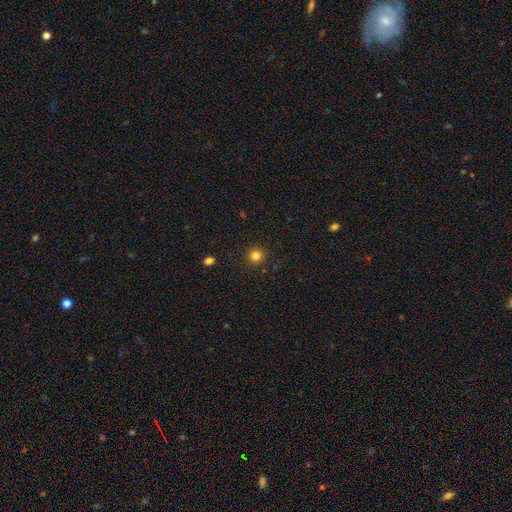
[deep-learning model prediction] smooth 81%, star or artifact 14%, featured or disk 5%. Down the decision tree: how rounded — round (94%); merging — none (92%).